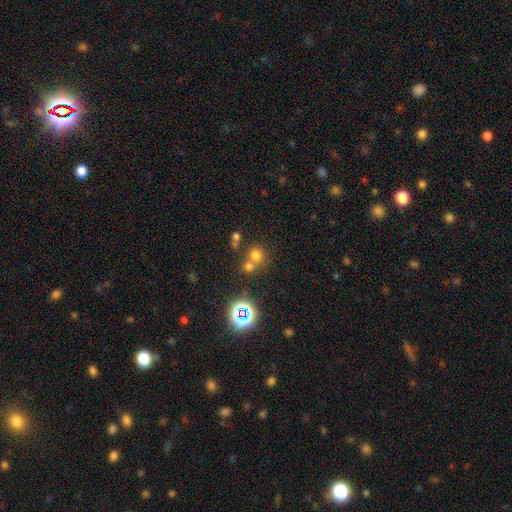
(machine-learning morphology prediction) Smooth or featured? smooth (64%)
How rounded? round (88%)
Merging? none (53%)